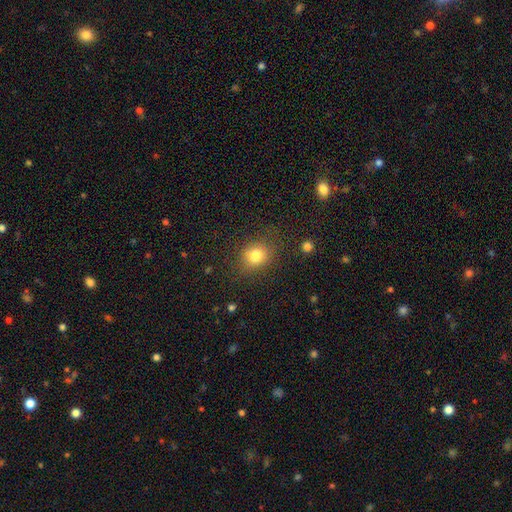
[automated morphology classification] smooth_or_featured: smooth (p=0.80) [alt: star or artifact p=0.12]
how_rounded: round (p=0.66) [alt: in between p=0.33]
merging: none (p=0.79) [alt: minor disturbance p=0.14]